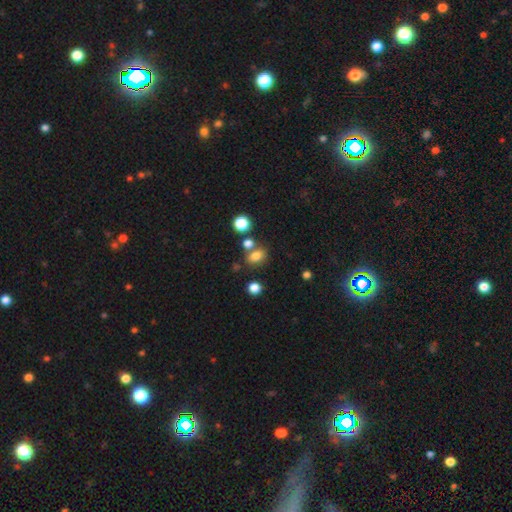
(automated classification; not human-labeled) Smooth or featured? Predicted: smooth (p=0.78). How rounded? Predicted: in between (p=0.68). Merging? Predicted: none (p=0.62).